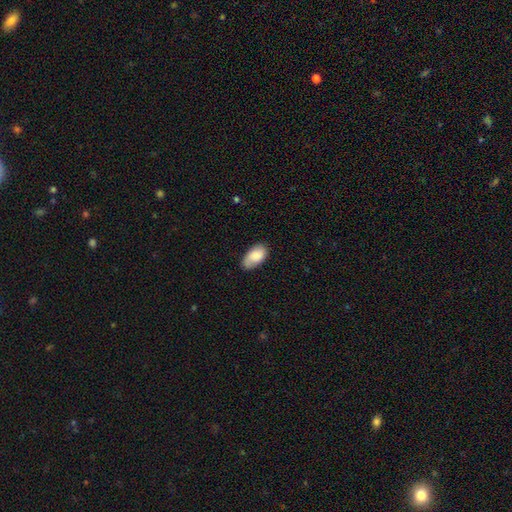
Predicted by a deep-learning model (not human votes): Overall: smooth (83%). How rounded: in between (94%). Merging: none (66%; minor disturbance 27%).